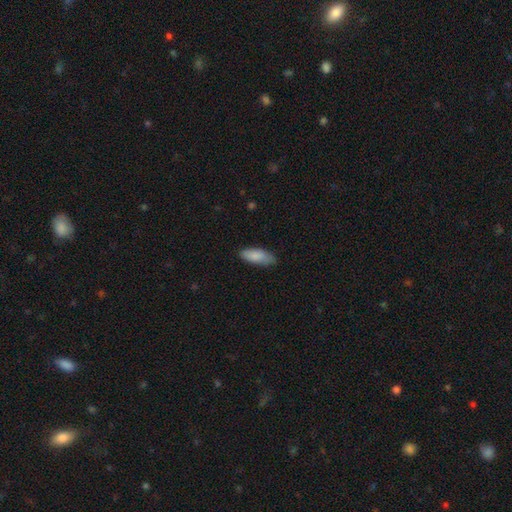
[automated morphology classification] smooth 86%, featured or disk 9%, star or artifact 6%. Down the decision tree: how rounded — in between (75%); merging — none (80%).